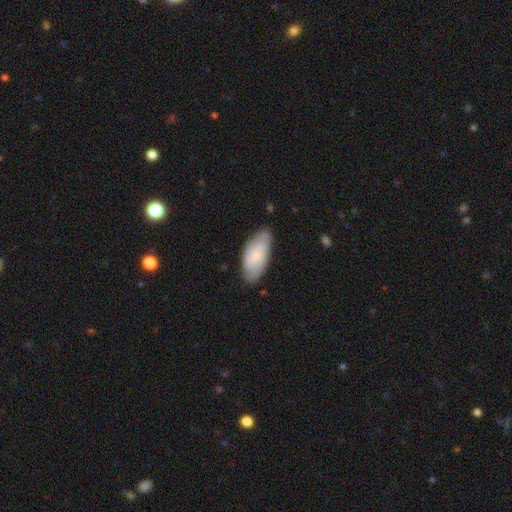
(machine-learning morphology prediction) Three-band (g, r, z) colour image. It shows a smooth galaxy with no disk features (54%) that is in between round and cigar-shaped (89%). Merging: none (75%).